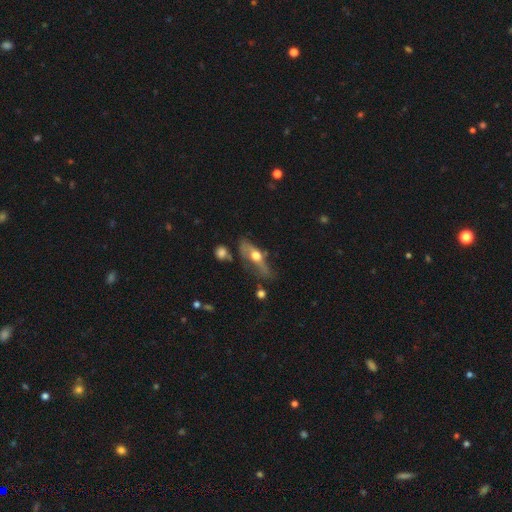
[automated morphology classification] Smooth or featured: featured or disk — 55% (smooth — 37%)
Edge-on disk: yes — 63% (no — 37%)
Merging: none — 45% (minor disturbance — 26%)